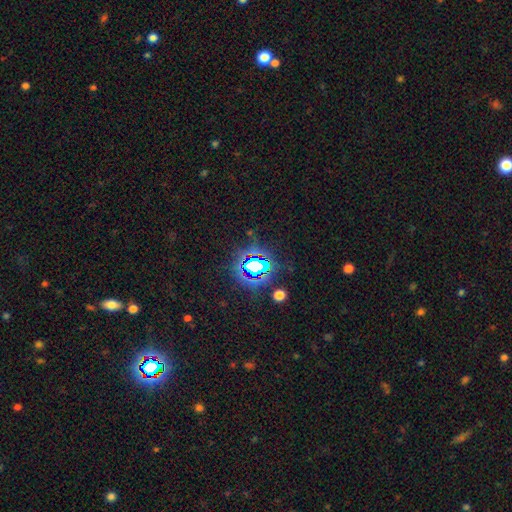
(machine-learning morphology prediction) Smooth or featured? star or artifact (77%)